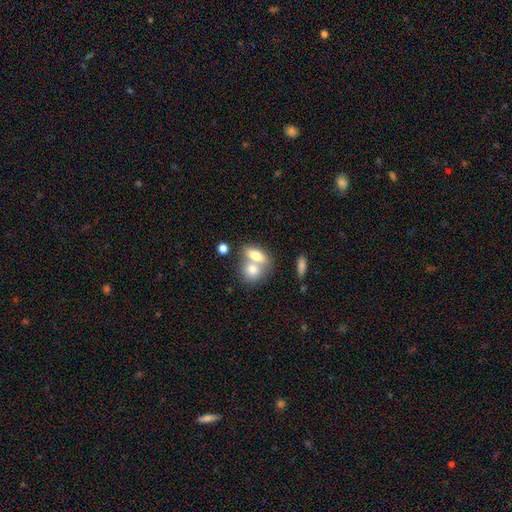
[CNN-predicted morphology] Q: Smooth or featured?
A: smooth (74%); runner-up: featured or disk (19%)
Q: How rounded?
A: in between (75%); runner-up: round (17%)
Q: Merging?
A: merger (62%); runner-up: none (28%)